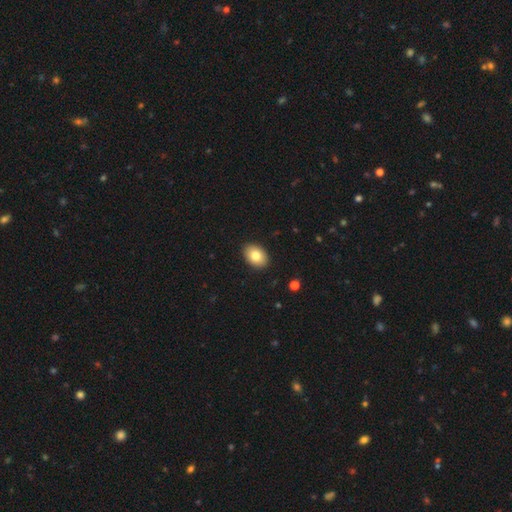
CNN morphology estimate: This is clearly a smooth galaxy (82%). How rounded: clearly in between (81%). Merging: clearly none (90%).